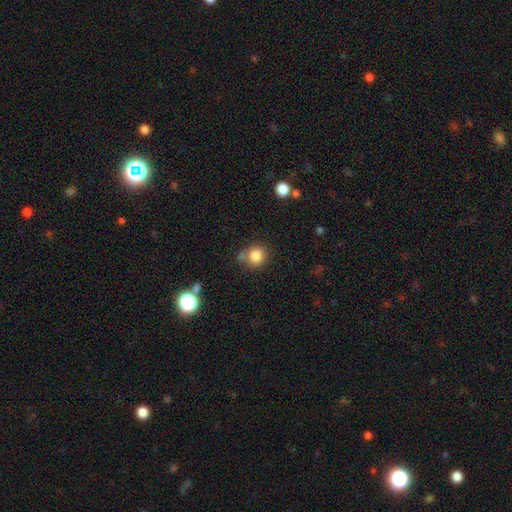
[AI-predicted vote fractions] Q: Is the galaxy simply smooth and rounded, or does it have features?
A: smooth — 83%.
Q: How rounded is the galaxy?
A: round — 85%.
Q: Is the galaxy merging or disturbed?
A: none — 63%.